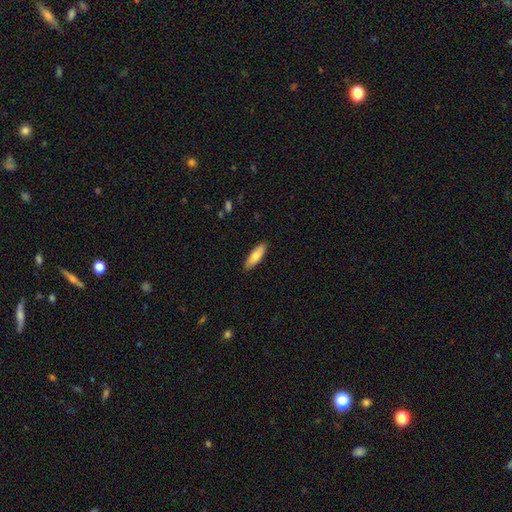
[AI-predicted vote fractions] A smooth galaxy with no disk features (76%) that is in between round and cigar-shaped (49%, tied with cigar-shaped). Merging: none (88%).